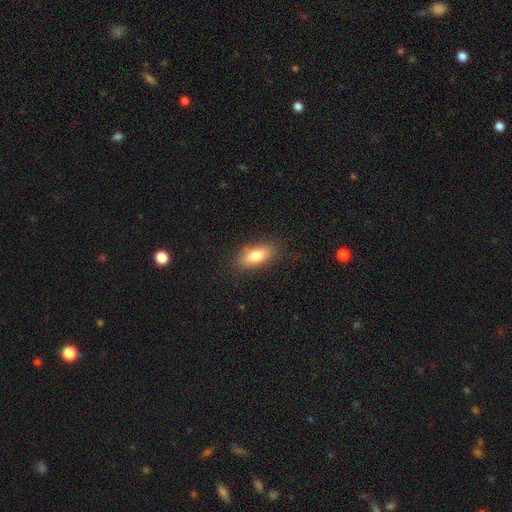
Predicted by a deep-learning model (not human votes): A smooth galaxy with no disk features (79%) that is in between round and cigar-shaped (81%).

Vote fractions:
- Smooth or featured? smooth: 79% / featured or disk: 14% / star or artifact: 7%
- How rounded? in between: 81% / cigar-shaped: 15% / round: 3%
- Merging? none: 83% / minor disturbance: 12% / major disturbance: 3% / merger: 1%